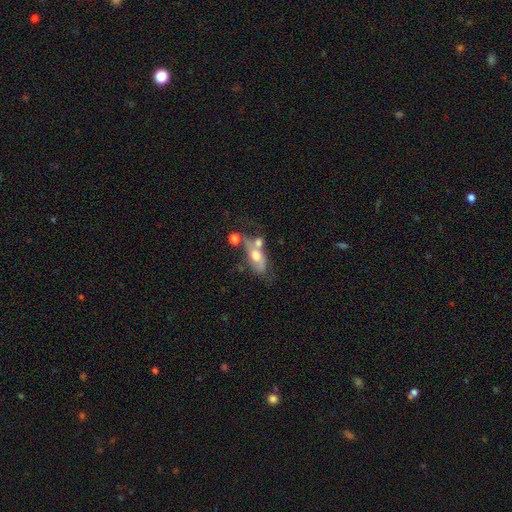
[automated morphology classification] smooth_or_featured: smooth (p=0.51) [alt: featured or disk p=0.40]
how_rounded: in between (p=0.73) [alt: cigar-shaped p=0.15]
merging: merger (p=0.40) [alt: none p=0.28]